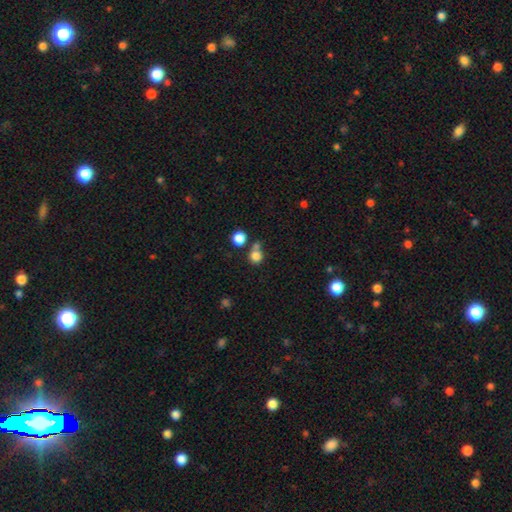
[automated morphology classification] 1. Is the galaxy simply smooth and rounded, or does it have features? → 81% smooth, 13% star or artifact, 6% featured or disk.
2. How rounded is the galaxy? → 85% round, 14% in between, 1% cigar-shaped.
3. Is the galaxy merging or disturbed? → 53% none, 32% merger, 10% minor disturbance, 5% major disturbance.